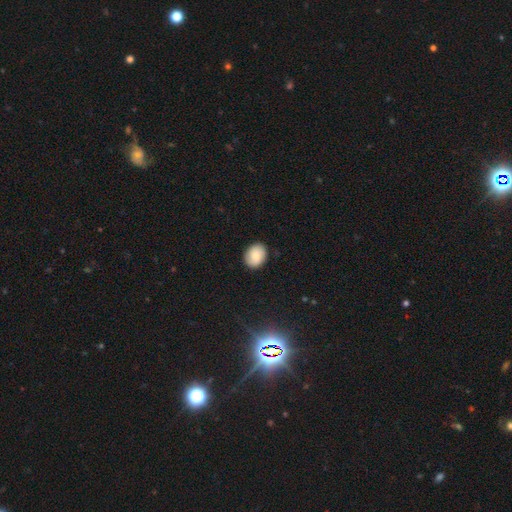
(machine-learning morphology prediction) A smooth galaxy with no disk features (79%) that is round (52%). Merging: none (87%).